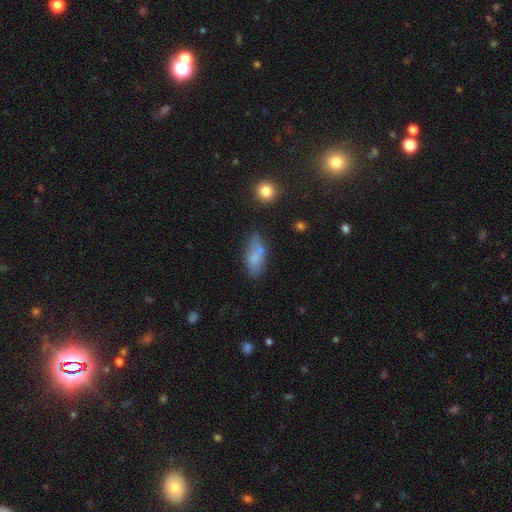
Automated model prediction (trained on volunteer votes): Smooth or featured? smooth (69%)
How rounded? in between (83%)
Merging? none (51%)